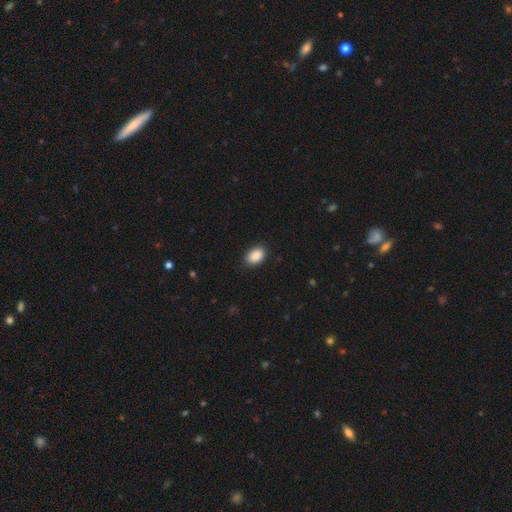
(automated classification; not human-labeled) Smooth or featured: smooth — 90% (star or artifact — 7%)
How rounded: in between — 90% (round — 8%)
Merging: none — 88% (minor disturbance — 9%)